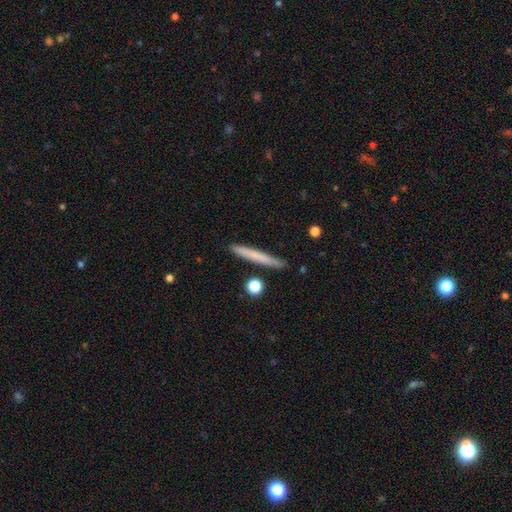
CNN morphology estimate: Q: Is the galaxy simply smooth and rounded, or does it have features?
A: smooth — 67%.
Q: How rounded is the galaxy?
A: cigar-shaped — 96%.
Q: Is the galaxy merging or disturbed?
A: none — 89%.